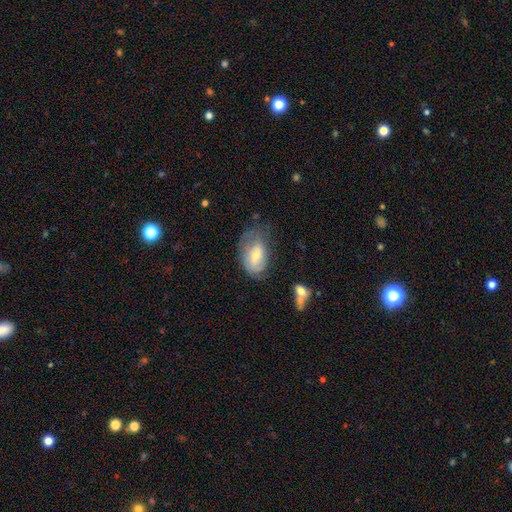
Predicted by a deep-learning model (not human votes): Morphology: type=smooth (57%); roundness=in between (90%); merging=none (39%).